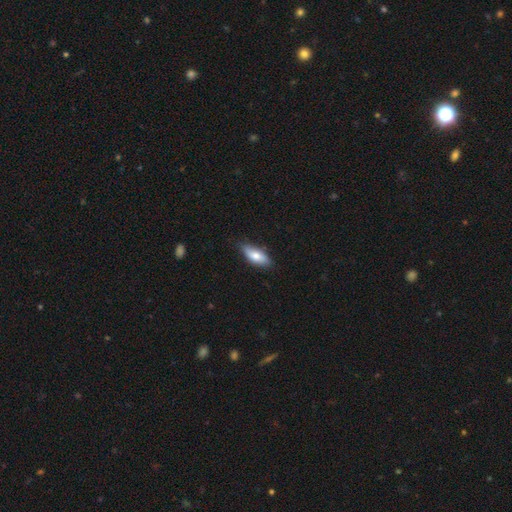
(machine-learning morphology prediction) A smooth galaxy with no disk features (75%) that is in between round and cigar-shaped (79%).

Vote fractions:
- Smooth or featured? smooth: 75% / featured or disk: 19% / star or artifact: 6%
- How rounded? in between: 79% / cigar-shaped: 19% / round: 2%
- Merging? none: 77% / minor disturbance: 19% / major disturbance: 3% / merger: 1%